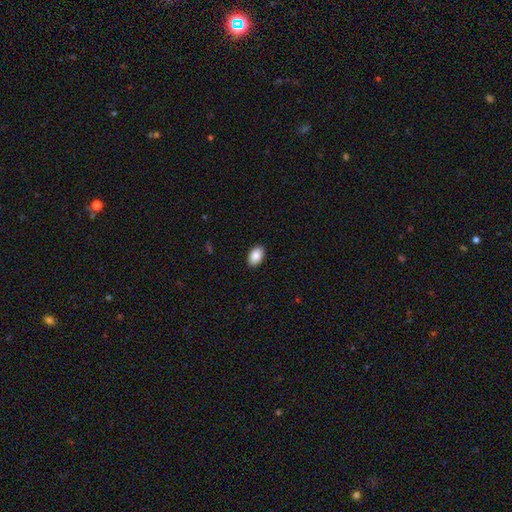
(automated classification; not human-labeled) Smooth or featured? smooth (88%)
How rounded? in between (91%)
Merging? none (90%)